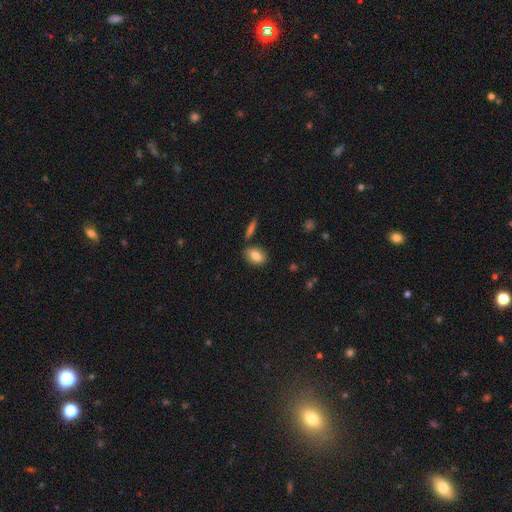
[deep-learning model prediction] A smooth galaxy with no disk features (81%) that is in between round and cigar-shaped (81%).

Vote fractions:
- Smooth or featured? smooth: 81% / featured or disk: 12% / star or artifact: 8%
- How rounded? in between: 81% / round: 15% / cigar-shaped: 3%
- Merging? none: 80% / minor disturbance: 12% / merger: 5% / major disturbance: 3%